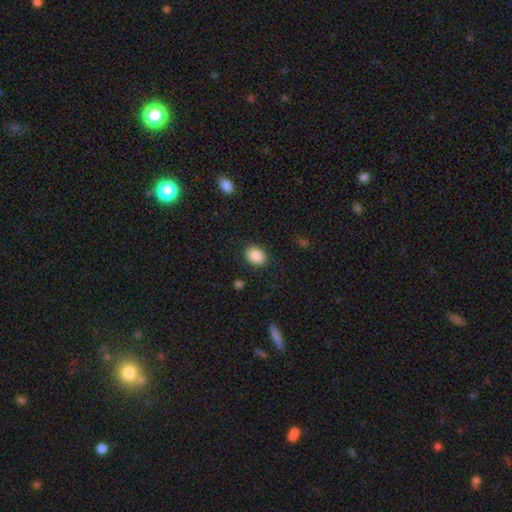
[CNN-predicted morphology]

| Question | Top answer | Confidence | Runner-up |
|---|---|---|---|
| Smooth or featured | smooth | 88% | star or artifact (8%) |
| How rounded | in between | 64% | round (35%) |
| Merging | none | 87% | minor disturbance (9%) |